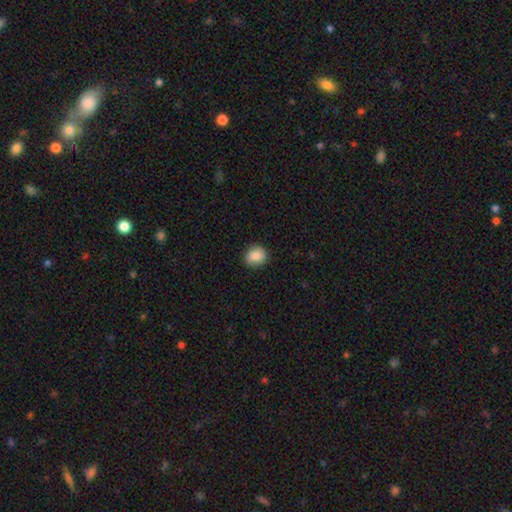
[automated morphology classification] Overall: smooth (86%). How rounded: round (78%). Merging: none (87%).